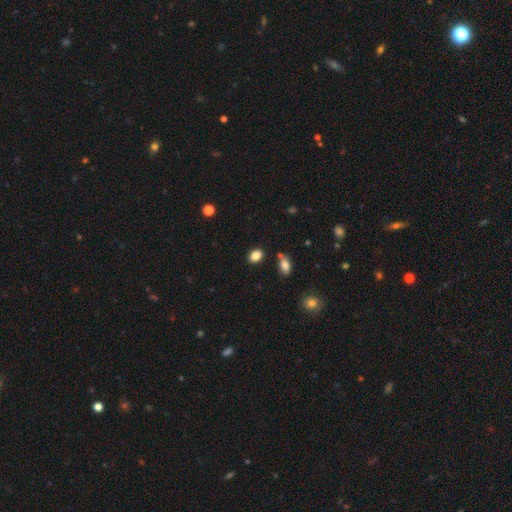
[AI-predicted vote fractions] smooth-or-featured: smooth: 84% | star or artifact: 10% | featured or disk: 6%
  how-rounded: in between: 76% | round: 22% | cigar-shaped: 1%
  merging: none: 79% | minor disturbance: 11% | merger: 6% | major disturbance: 3%